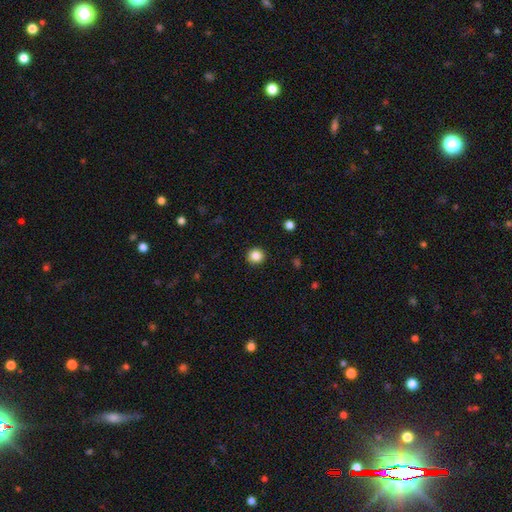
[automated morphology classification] Smooth or featured?
  - smooth: 86% *
  - star or artifact: 11%
  - featured or disk: 4%
How rounded?
  - round: 94% *
  - in between: 5%
  - cigar-shaped: 1%
Merging?
  - none: 92% *
  - minor disturbance: 5%
  - major disturbance: 2%
  - merger: 1%